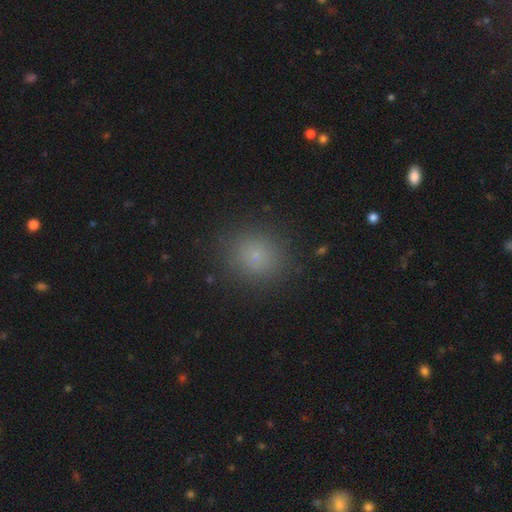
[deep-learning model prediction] Overall: smooth (77%). How rounded: round (82%). Merging: none (88%).